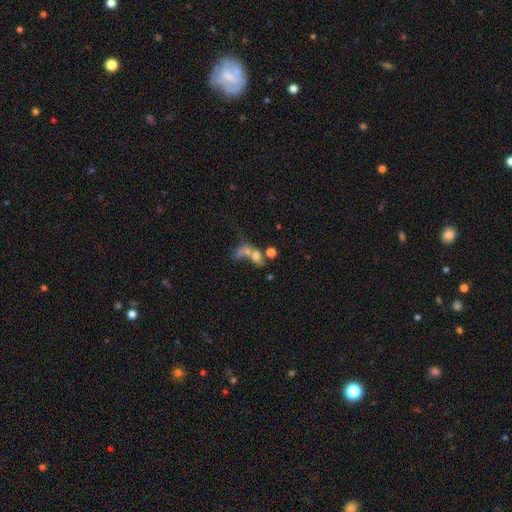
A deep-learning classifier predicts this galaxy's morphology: Smooth or featured?
  - smooth: 56% *
  - featured or disk: 28%
  - star or artifact: 16%
How rounded?
  - in between: 61% *
  - round: 33%
  - cigar-shaped: 6%
Merging?
  - merger: 55% *
  - none: 19%
  - major disturbance: 18%
  - minor disturbance: 8%